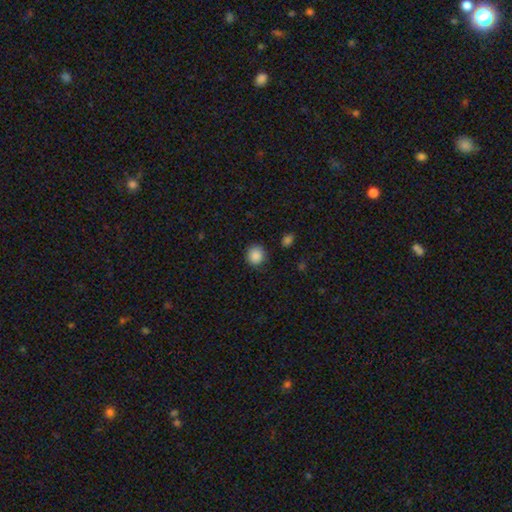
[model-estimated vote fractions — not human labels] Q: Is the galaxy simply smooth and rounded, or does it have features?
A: smooth — 88%.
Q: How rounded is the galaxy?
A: round — 88%.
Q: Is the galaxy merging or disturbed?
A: none — 87%.